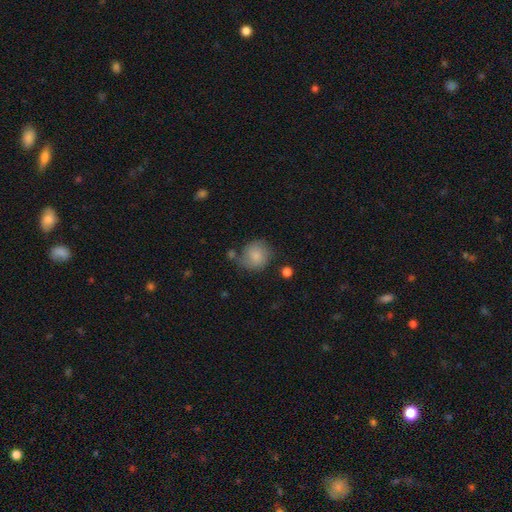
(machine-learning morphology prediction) The model was most divided on "merging": none: 62%, minor disturbance: 23%, major disturbance: 8%, merger: 7%. More confident: how rounded — round (82%); smooth or featured — smooth (80%).